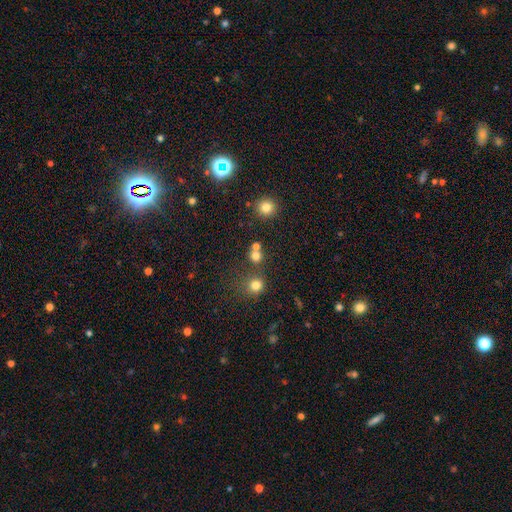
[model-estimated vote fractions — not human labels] Smooth or featured?
  - smooth: 75% *
  - star or artifact: 18%
  - featured or disk: 7%
How rounded?
  - round: 87% *
  - in between: 12%
  - cigar-shaped: 1%
Merging?
  - none: 60% *
  - merger: 29%
  - minor disturbance: 7%
  - major disturbance: 4%